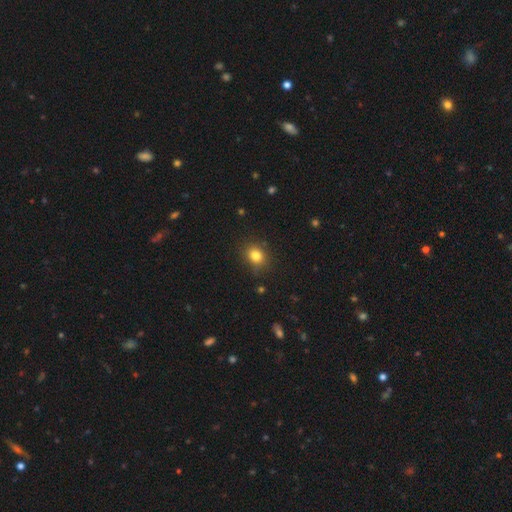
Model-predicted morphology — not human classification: Smooth or featured? smooth (82%)
How rounded? round (61%)
Merging? none (83%)